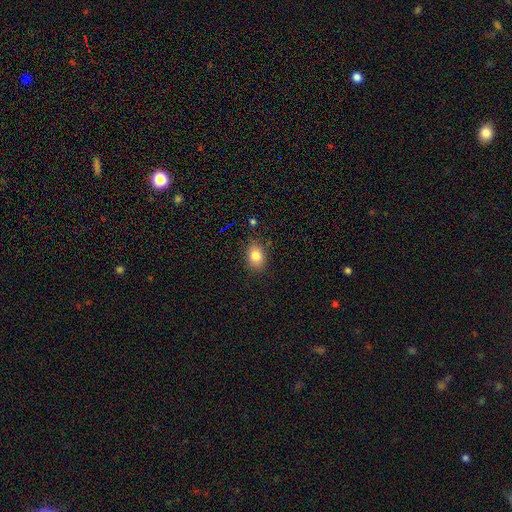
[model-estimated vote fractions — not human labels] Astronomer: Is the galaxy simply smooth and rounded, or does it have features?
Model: smooth — 82%.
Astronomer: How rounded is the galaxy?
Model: in between — 66%.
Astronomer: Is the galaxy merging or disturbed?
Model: none — 83%.